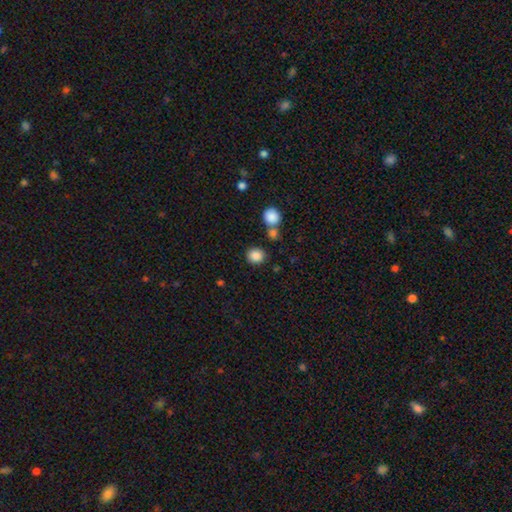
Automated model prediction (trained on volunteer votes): smooth-or-featured: smooth: 86% | star or artifact: 10% | featured or disk: 4%
  how-rounded: round: 81% | in between: 18% | cigar-shaped: 1%
  merging: none: 78% | merger: 11% | minor disturbance: 8% | major disturbance: 3%